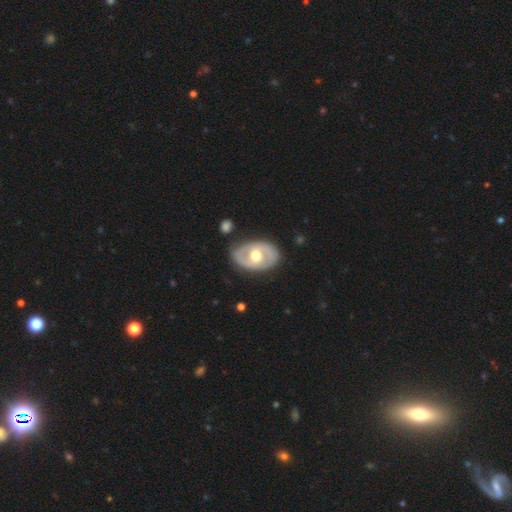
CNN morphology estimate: smooth-or-featured: featured or disk: 65% | smooth: 31% | star or artifact: 4%
  disk-edge-on: no: 94% | yes: 6%
    bar: no: 62% | weak: 27% | strong: 10%
    has-spiral-arms: no: 57% | yes: 43%
    bulge-size: moderate: 75% | large: 17% | small: 7% | dominant: 1% | none: 1%
  merging: none: 78% | minor disturbance: 15% | major disturbance: 4% | merger: 2%